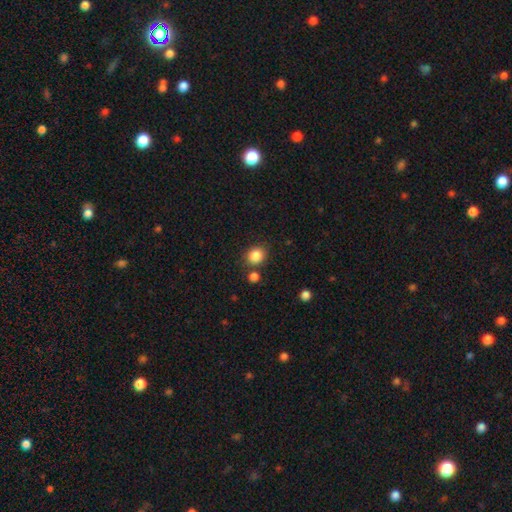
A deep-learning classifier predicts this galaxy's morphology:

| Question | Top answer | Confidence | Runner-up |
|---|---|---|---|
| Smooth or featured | smooth | 86% | star or artifact (10%) |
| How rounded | round | 74% | in between (25%) |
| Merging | none | 77% | minor disturbance (10%) |